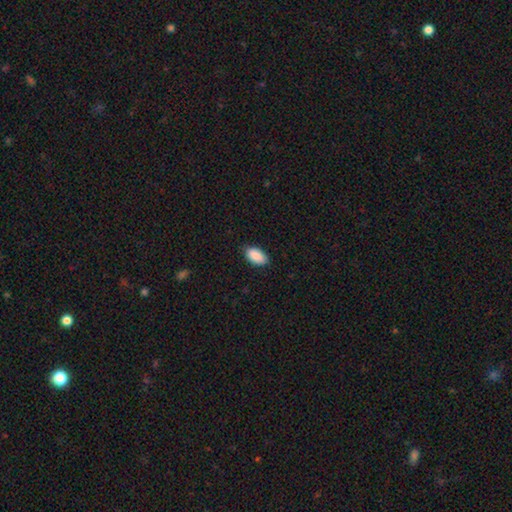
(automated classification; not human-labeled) Smooth or featured? smooth (89%)
How rounded? in between (95%)
Merging? none (86%)